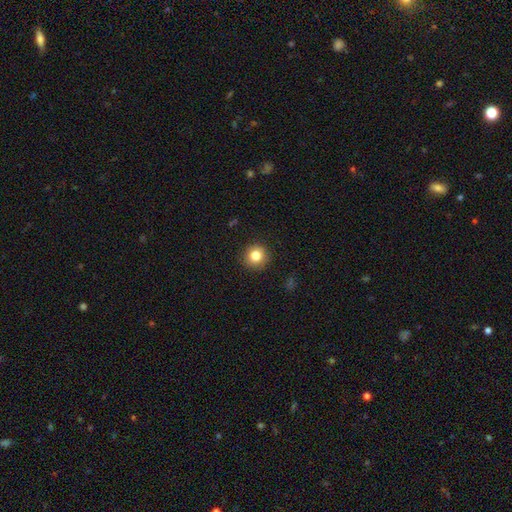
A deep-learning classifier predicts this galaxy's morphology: A smooth galaxy with no disk features (82%) that is round (93%). Merging: none (91%).